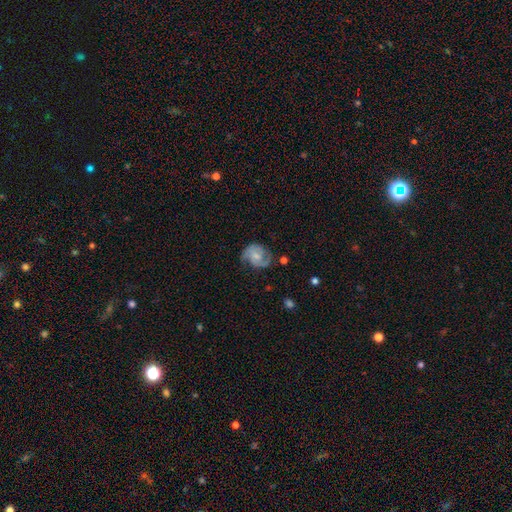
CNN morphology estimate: This appears to be a featured or disk galaxy (71%) with no bar (60%), 2 (78%) medium (46%) spiral arms (92%) and a small central bulge (51%). Merging: none (60%).